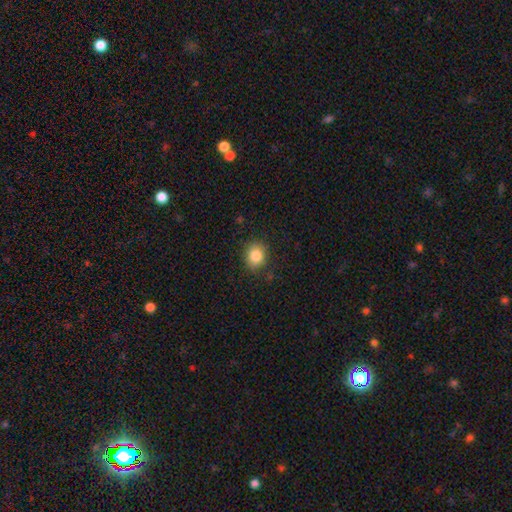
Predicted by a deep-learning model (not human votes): Q: Smooth or featured?
A: smooth (84%); runner-up: star or artifact (10%)
Q: How rounded?
A: round (66%); runner-up: in between (33%)
Q: Merging?
A: none (86%); runner-up: minor disturbance (10%)